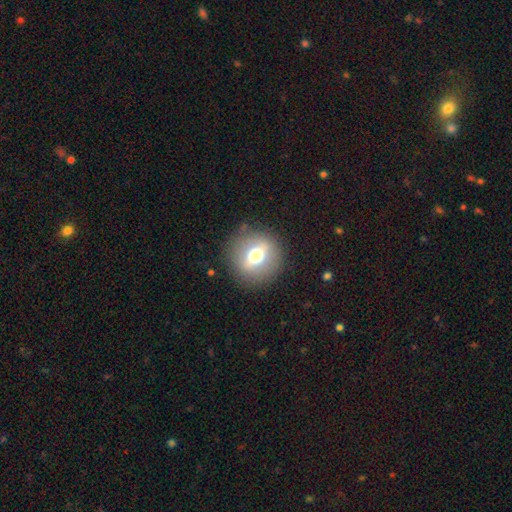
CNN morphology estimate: This appears to be a smooth galaxy with no disk features (53%) that is round (91%). Merging: none (87%).